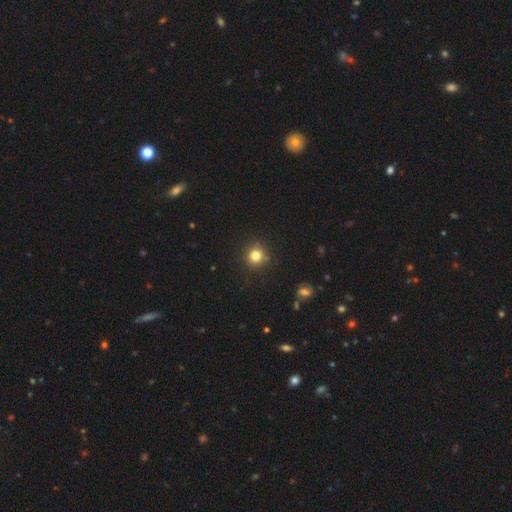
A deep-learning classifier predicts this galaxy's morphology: Smooth or featured? smooth (80%)
How rounded? round (93%)
Merging? none (88%)